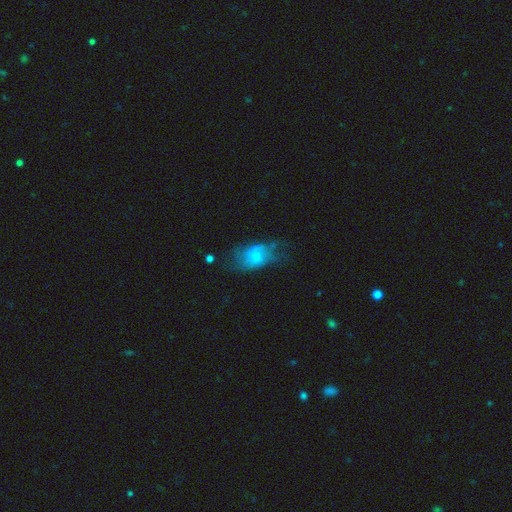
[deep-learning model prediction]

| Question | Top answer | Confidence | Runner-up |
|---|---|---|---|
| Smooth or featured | featured or disk | 46% | smooth (43%) |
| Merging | none | 32% | major disturbance (31%) |